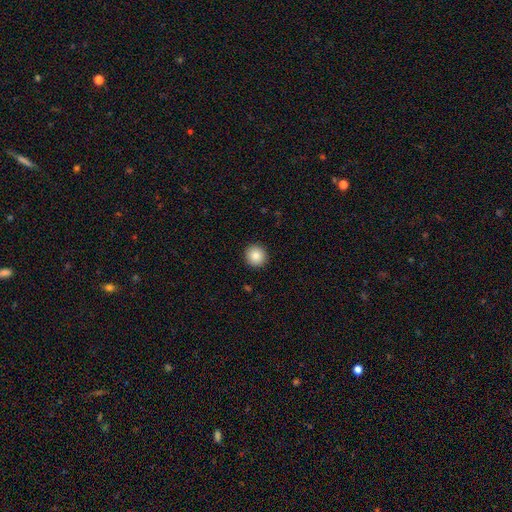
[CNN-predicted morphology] Q: Smooth or featured?
A: smooth (86%); runner-up: star or artifact (9%)
Q: How rounded?
A: round (95%); runner-up: in between (4%)
Q: Merging?
A: none (93%); runner-up: minor disturbance (5%)